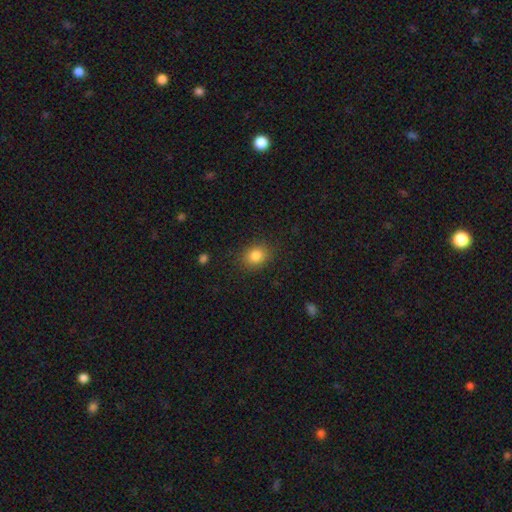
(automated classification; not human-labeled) This appears to be a smooth galaxy with no disk features (84%) that is round (55%). Merging: none (86%).